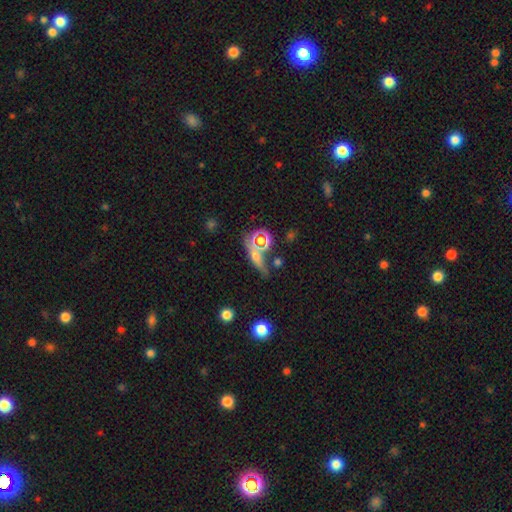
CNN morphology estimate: Overall: smooth (46%; featured or disk 27%). Merging: none (66%).